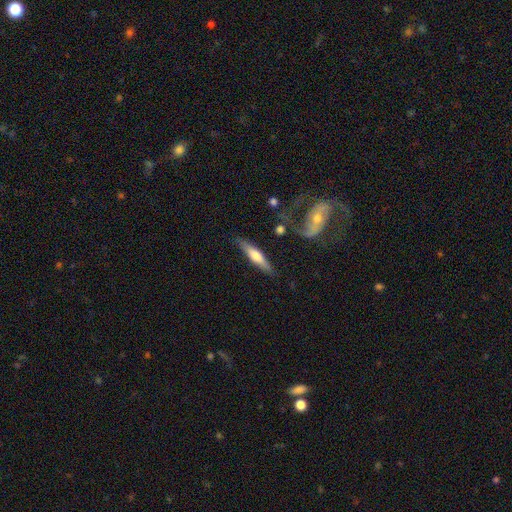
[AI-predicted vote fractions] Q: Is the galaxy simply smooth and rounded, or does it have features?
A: featured or disk — 48%.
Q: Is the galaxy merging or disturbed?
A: none — 80%.